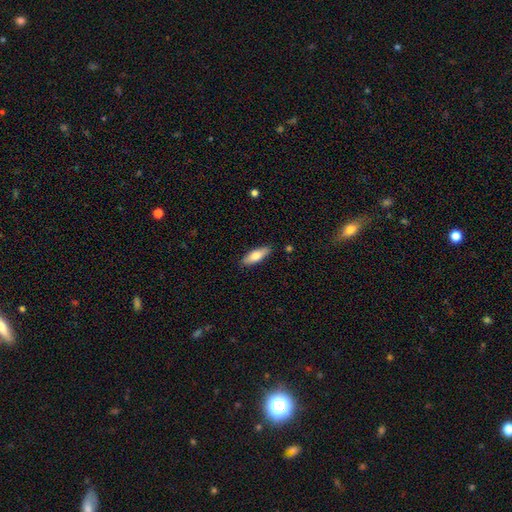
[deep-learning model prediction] Morphology: type=smooth (73%); roundness=in between (63%); merging=none (88%).